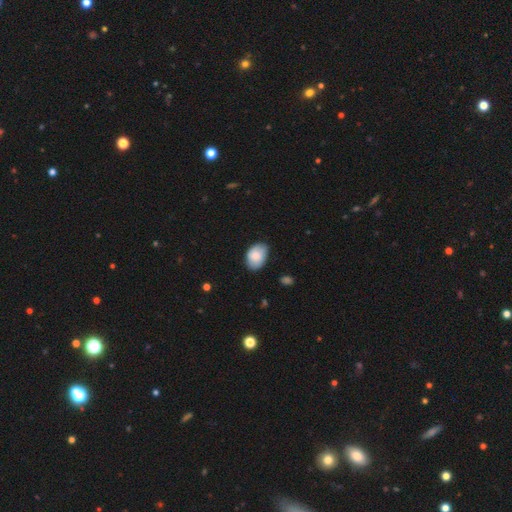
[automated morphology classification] Smooth or featured?
  - smooth: 83% *
  - featured or disk: 11%
  - star or artifact: 6%
How rounded?
  - in between: 83% *
  - round: 16%
  - cigar-shaped: 1%
Merging?
  - none: 73% *
  - minor disturbance: 23%
  - major disturbance: 3%
  - merger: 1%